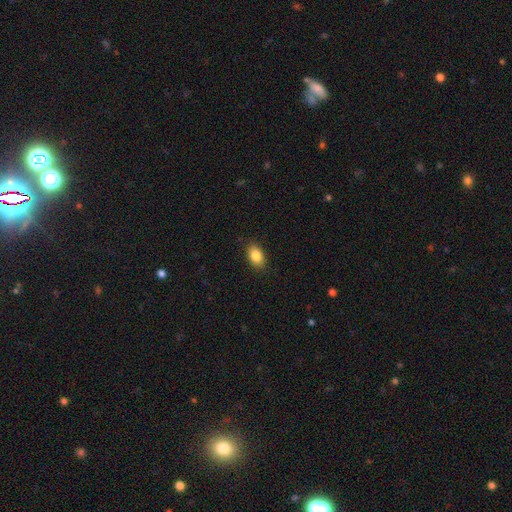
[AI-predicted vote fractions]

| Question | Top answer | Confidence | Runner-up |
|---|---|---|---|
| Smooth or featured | smooth | 86% | star or artifact (8%) |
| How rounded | in between | 88% | round (11%) |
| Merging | none | 87% | minor disturbance (10%) |